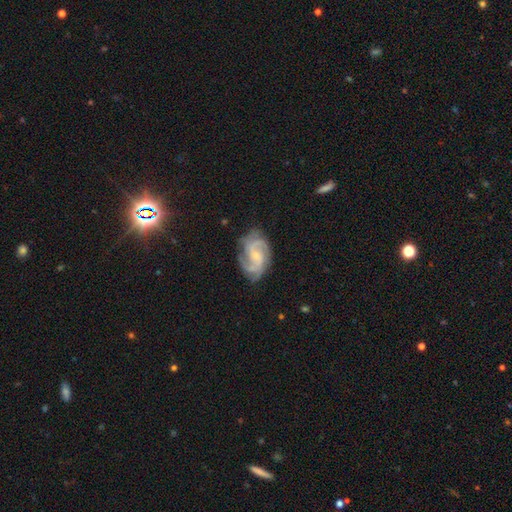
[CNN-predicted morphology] type=featured or disk (89%); edge-on=no (98%); bar=no (50%); spiral arms=yes (98%); winding=medium (53%); arm count=2 (39%); bulge=small (69%); merging=none (75%).